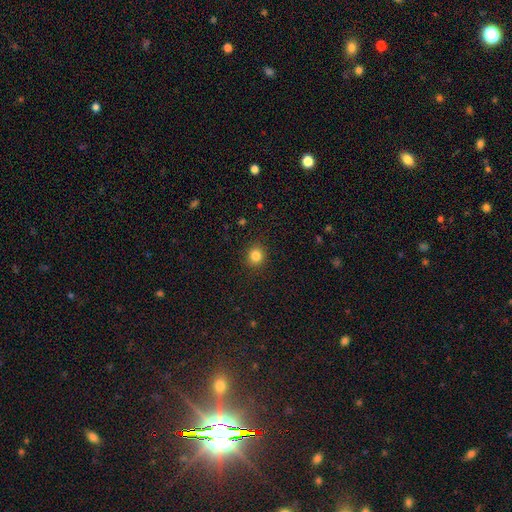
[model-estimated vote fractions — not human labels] smooth-or-featured: smooth: 84% | star or artifact: 12% | featured or disk: 5%
  how-rounded: round: 88% | in between: 11% | cigar-shaped: 1%
  merging: none: 90% | minor disturbance: 6% | major disturbance: 2% | merger: 1%